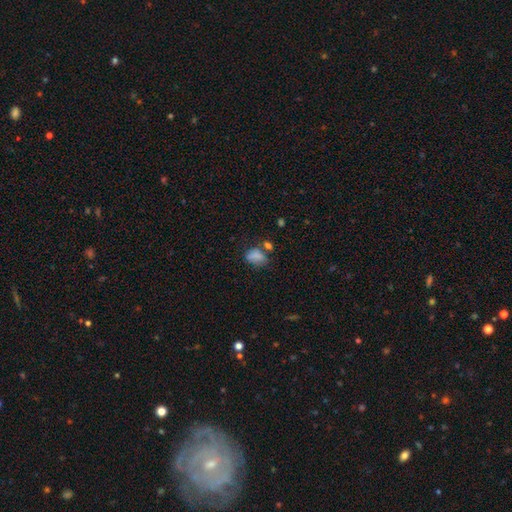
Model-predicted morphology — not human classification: Q: Smooth or featured?
A: smooth (78%); runner-up: star or artifact (12%)
Q: How rounded?
A: in between (79%); runner-up: round (19%)
Q: Merging?
A: none (44%); runner-up: minor disturbance (25%)